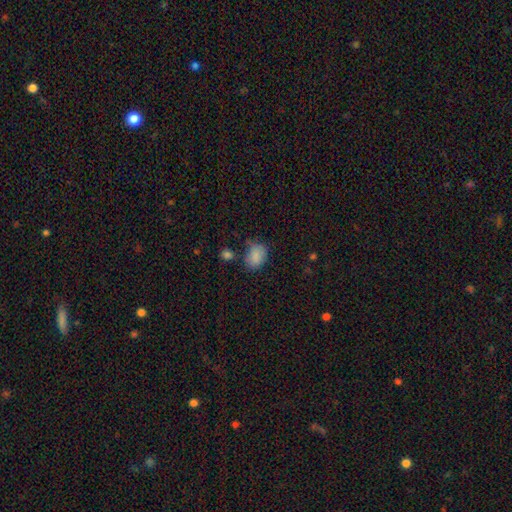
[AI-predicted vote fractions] Overall: smooth (84%). How rounded: in between (65%; round 33%). Merging: none (59%; minor disturbance 25%).